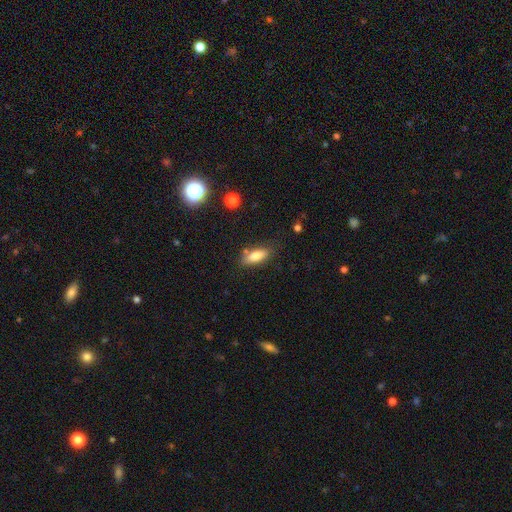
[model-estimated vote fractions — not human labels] This appears to be a smooth galaxy with no disk features (78%) that is in between round and cigar-shaped (68%). Merging: none (76%).